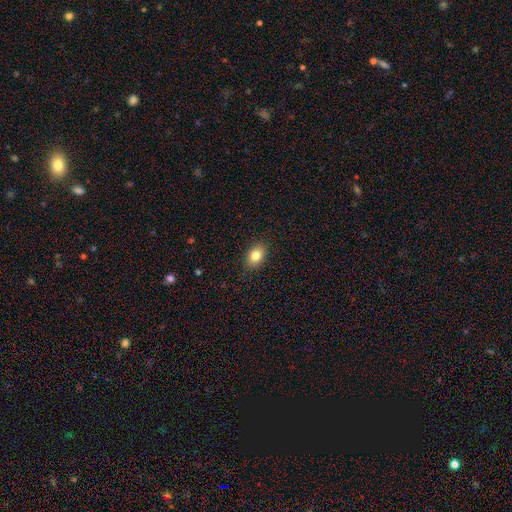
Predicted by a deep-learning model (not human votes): smooth_or_featured: smooth (p=0.82) [alt: star or artifact p=0.09]
how_rounded: in between (p=0.77) [alt: round p=0.22]
merging: none (p=0.88) [alt: minor disturbance p=0.09]